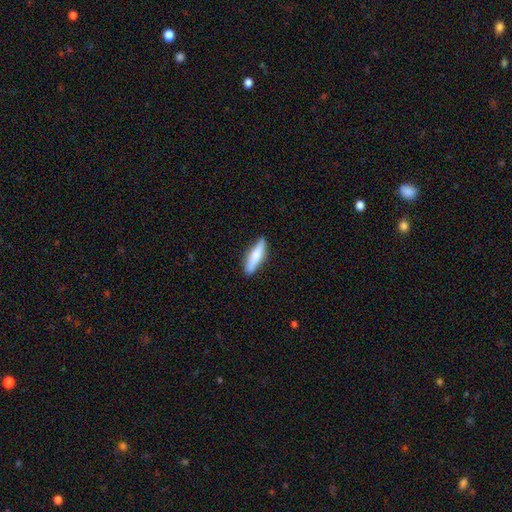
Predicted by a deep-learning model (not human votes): The model was most divided on "how rounded": cigar-shaped: 73%, in between: 26%, round: 2%. More confident: merging — none (88%); smooth or featured — smooth (72%).